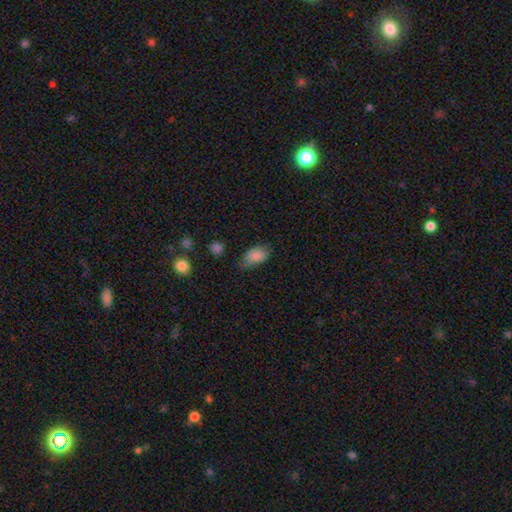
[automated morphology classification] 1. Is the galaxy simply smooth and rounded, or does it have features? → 82% smooth, 10% featured or disk, 8% star or artifact.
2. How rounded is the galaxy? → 90% in between, 9% round, 2% cigar-shaped.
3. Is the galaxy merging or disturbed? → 60% none, 31% minor disturbance, 7% major disturbance, 2% merger.